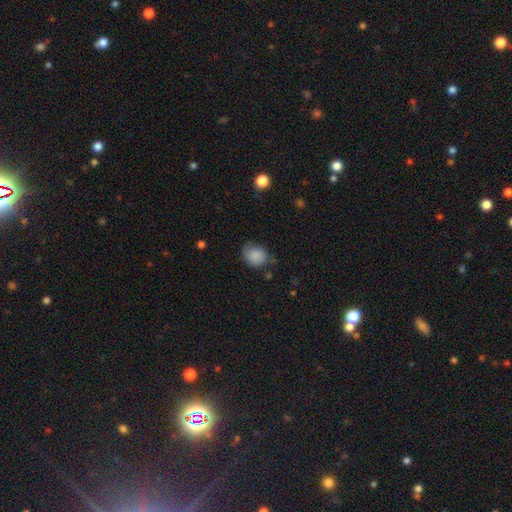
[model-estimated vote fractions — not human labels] Q: Smooth or featured?
A: smooth (84%); runner-up: star or artifact (8%)
Q: How rounded?
A: round (53%); runner-up: in between (46%)
Q: Merging?
A: none (57%); runner-up: minor disturbance (32%)